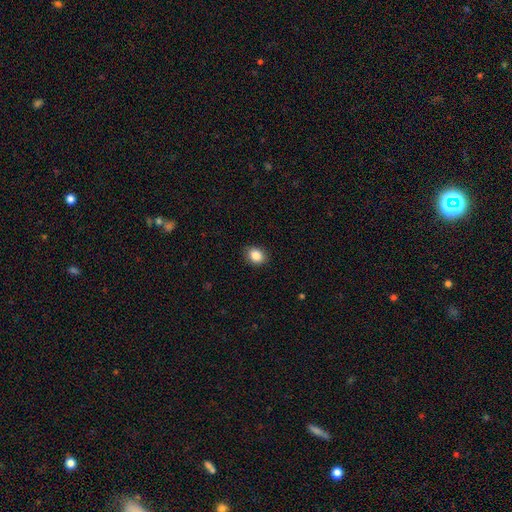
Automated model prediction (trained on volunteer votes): A smooth galaxy with no disk features (86%) that is round (50%). Merging: none (88%).